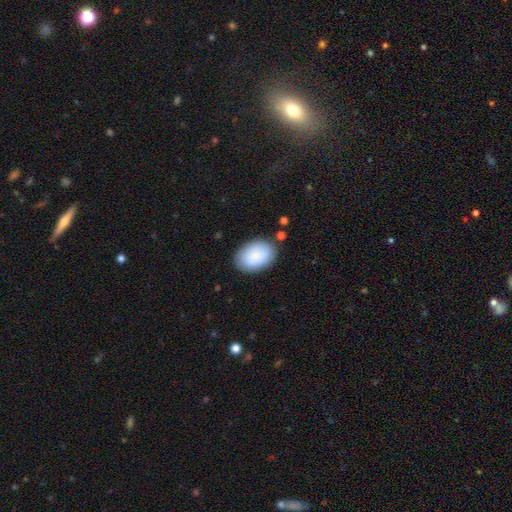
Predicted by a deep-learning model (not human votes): Morphology: type=smooth (87%); roundness=in between (84%); merging=none (82%).